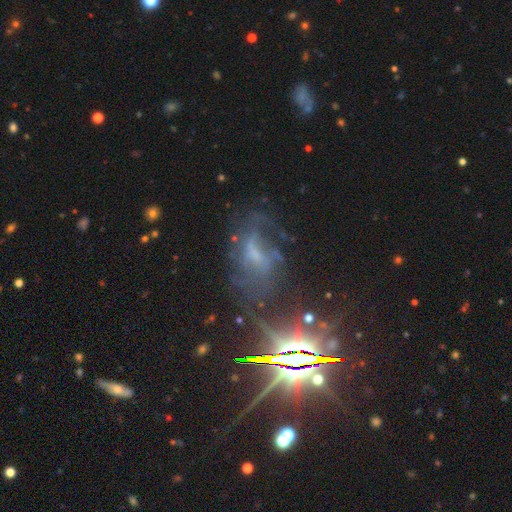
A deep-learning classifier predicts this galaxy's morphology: Smooth or featured?
  - featured or disk: 51% *
  - star or artifact: 34%
  - smooth: 15%
Edge-on disk?
  - no: 90% *
  - yes: 10%
Merging?
  - none: 46% *
  - major disturbance: 29%
  - minor disturbance: 21%
  - merger: 4%